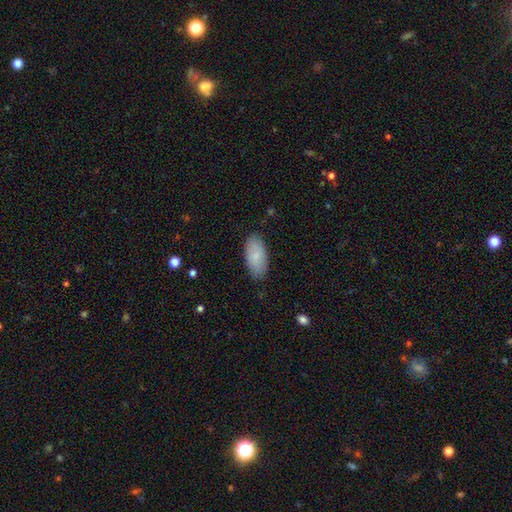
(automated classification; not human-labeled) This appears to be a smooth galaxy with no disk features (84%) that is in between round and cigar-shaped (93%). Merging: none (85%).